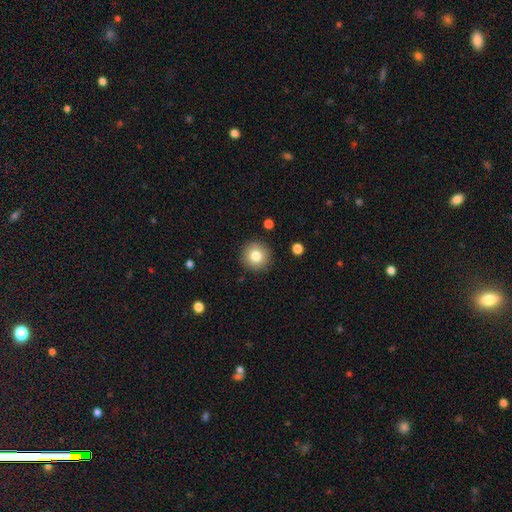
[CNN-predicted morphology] Smooth or featured: smooth — 80% (star or artifact — 10%)
How rounded: round — 95% (in between — 4%)
Merging: none — 91% (minor disturbance — 6%)